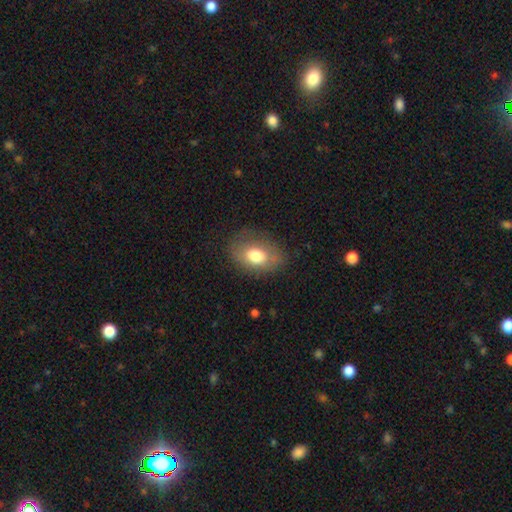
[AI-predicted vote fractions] A smooth galaxy with no disk features (73%) that is in between round and cigar-shaped (80%). Merging: none (74%).